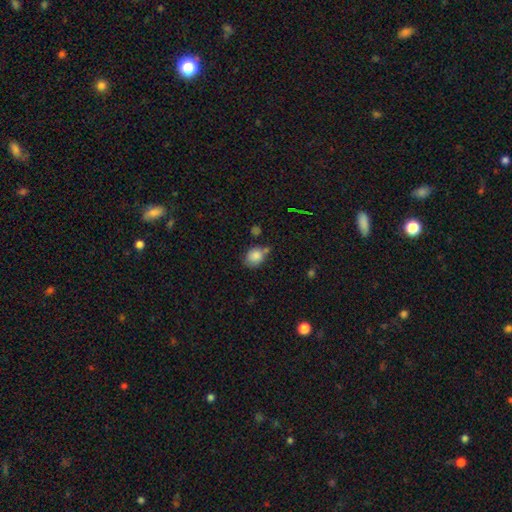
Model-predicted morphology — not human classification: A smooth galaxy with no disk features (84%) that is round (58%).

Vote fractions:
- Smooth or featured? smooth: 84% / star or artifact: 9% / featured or disk: 7%
- How rounded? round: 58% / in between: 41% / cigar-shaped: 1%
- Merging? none: 54% / minor disturbance: 25% / merger: 15% / major disturbance: 6%